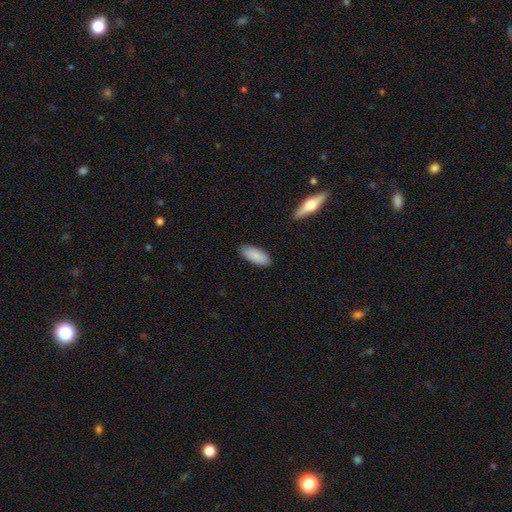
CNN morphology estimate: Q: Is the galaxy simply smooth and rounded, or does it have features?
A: smooth — 87%.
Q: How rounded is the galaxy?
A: in between — 84%.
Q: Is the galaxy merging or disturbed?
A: none — 87%.